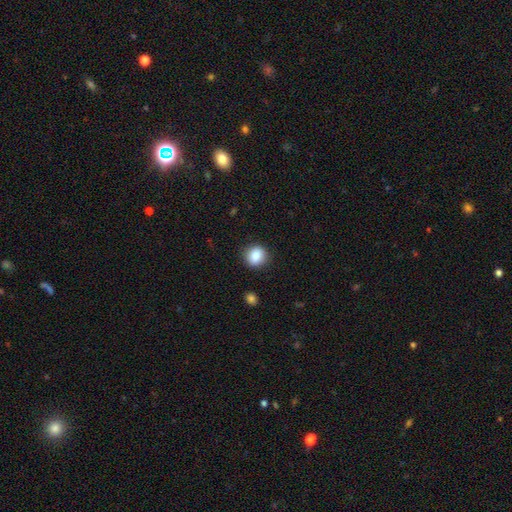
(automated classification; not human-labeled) Smooth or featured: smooth — 86% (star or artifact — 9%)
How rounded: round — 81% (in between — 18%)
Merging: none — 88% (minor disturbance — 8%)